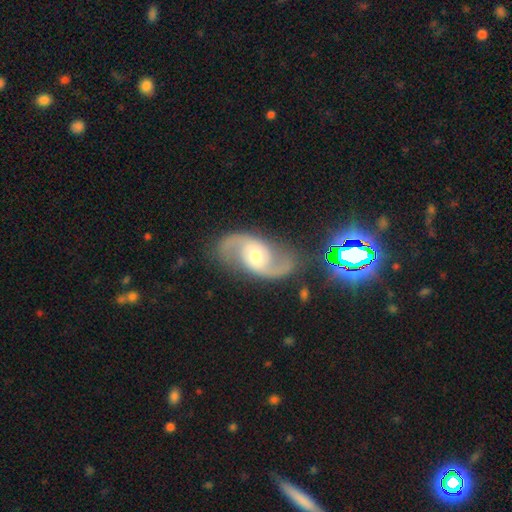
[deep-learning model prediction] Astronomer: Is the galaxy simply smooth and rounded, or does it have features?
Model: featured or disk — 90%.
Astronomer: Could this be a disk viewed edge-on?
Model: no — 97%.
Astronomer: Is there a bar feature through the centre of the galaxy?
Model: no — 56% (runner-up: weak, 35%).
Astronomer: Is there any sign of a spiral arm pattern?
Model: yes — 97%.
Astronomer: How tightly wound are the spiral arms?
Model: medium — 49% (runner-up: loose, 39%).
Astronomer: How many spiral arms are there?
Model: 2 — 94%.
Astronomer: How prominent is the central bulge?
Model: moderate — 60%.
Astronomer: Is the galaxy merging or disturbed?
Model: none — 78%.